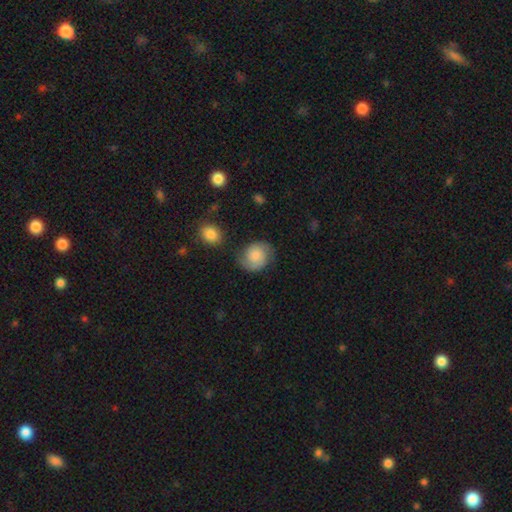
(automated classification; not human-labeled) A featured or disk galaxy (51%). Merging: none (71%).